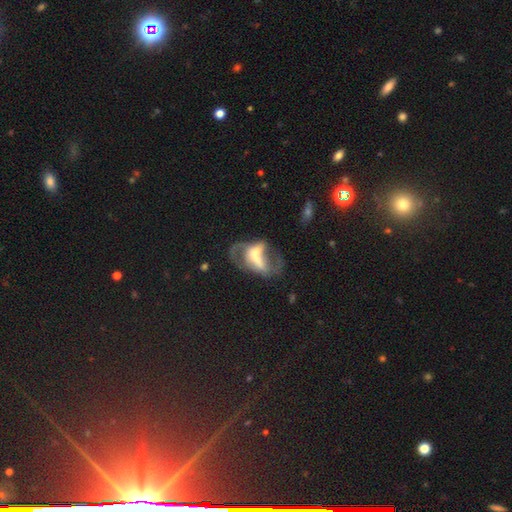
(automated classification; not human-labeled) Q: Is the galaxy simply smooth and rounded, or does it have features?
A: featured or disk — 60%.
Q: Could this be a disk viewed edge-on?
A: no — 95%.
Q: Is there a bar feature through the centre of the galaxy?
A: no — 50%.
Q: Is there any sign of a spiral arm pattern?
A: no — 52%.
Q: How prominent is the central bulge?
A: moderate — 33%.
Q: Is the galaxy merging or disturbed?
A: major disturbance — 35%.